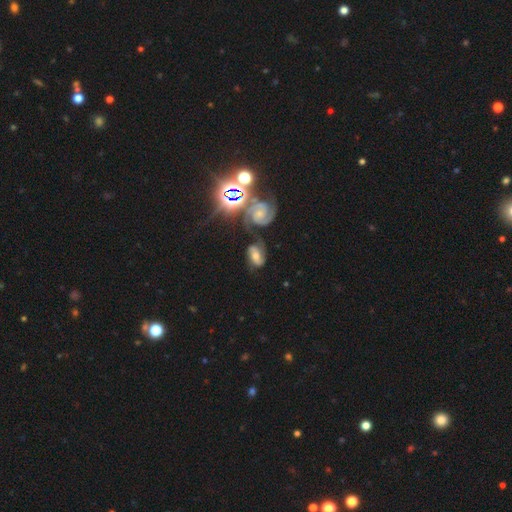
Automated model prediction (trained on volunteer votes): This appears to be a featured or disk galaxy (58%) with no bar (39%), spiral arms (89%) and a moderate central bulge (54%). Merging: none (54%).